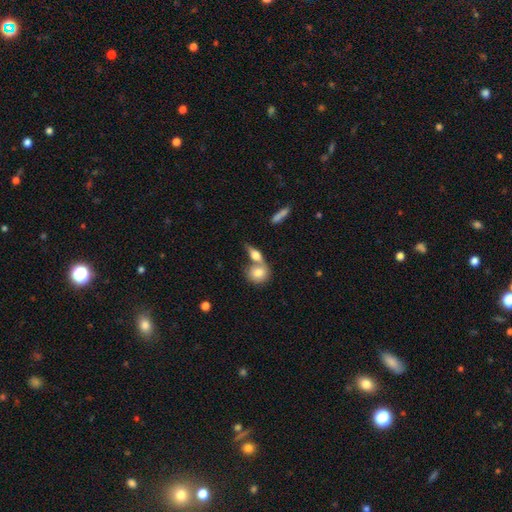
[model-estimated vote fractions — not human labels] A smooth galaxy with no disk features (70%) that is in between round and cigar-shaped (55%). Merging: merger (47%).